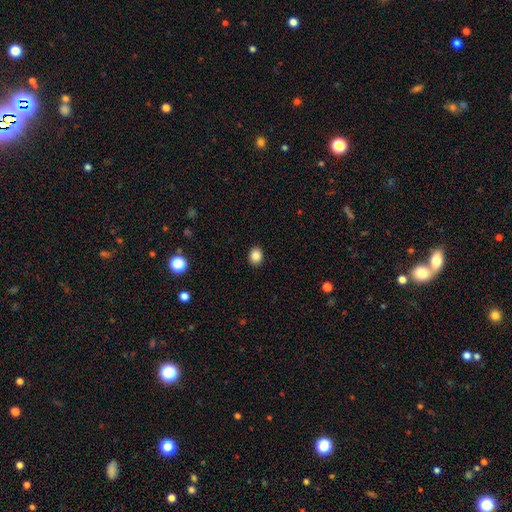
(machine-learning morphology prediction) Smooth or featured: smooth — 85% (star or artifact — 10%)
How rounded: round — 64% (in between — 35%)
Merging: none — 91% (minor disturbance — 6%)